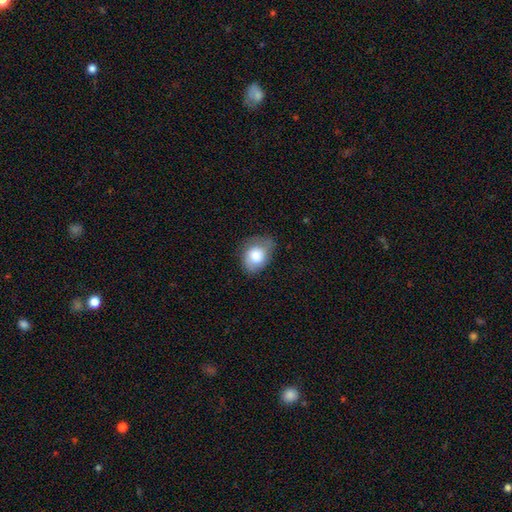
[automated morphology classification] Smooth or featured?
  - smooth: 77% *
  - featured or disk: 16%
  - star or artifact: 7%
How rounded?
  - in between: 67% *
  - round: 32%
  - cigar-shaped: 1%
Merging?
  - none: 50% *
  - minor disturbance: 37%
  - major disturbance: 12%
  - merger: 2%